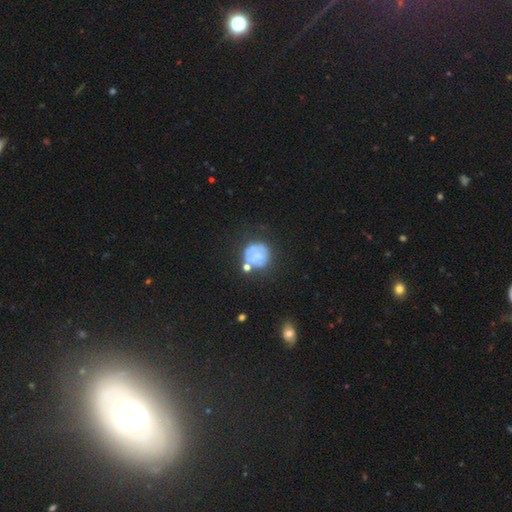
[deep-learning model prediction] Smooth or featured?
  - smooth: 46% *
  - featured or disk: 43%
  - star or artifact: 12%
Merging?
  - none: 46% *
  - minor disturbance: 22%
  - major disturbance: 17%
  - merger: 15%